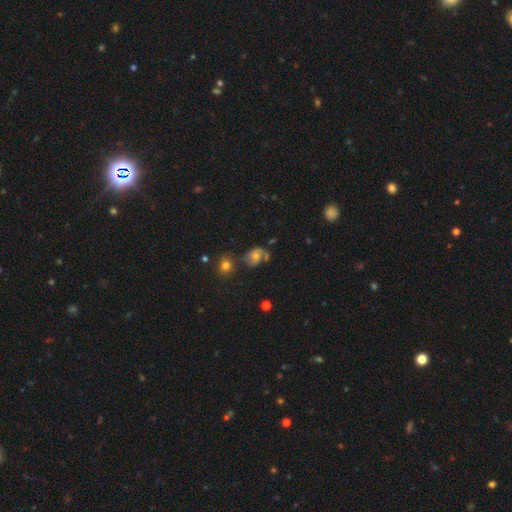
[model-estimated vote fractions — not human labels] smooth 43% (tied), featured or disk 43% (tied), star or artifact 14%. Down the decision tree: merging — none (41%).